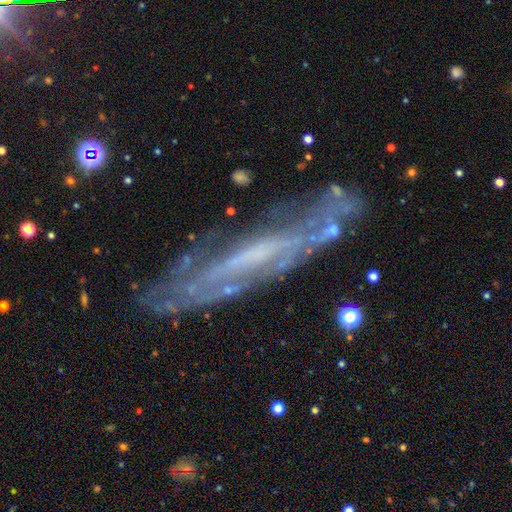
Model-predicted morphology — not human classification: Q: Smooth or featured?
A: featured or disk (73%); runner-up: smooth (15%)
Q: Edge-on disk?
A: no (51%); runner-up: yes (49%)
Q: Merging?
A: none (75%); runner-up: minor disturbance (17%)